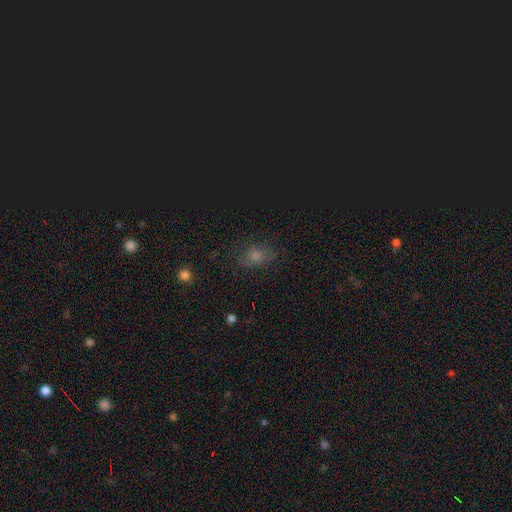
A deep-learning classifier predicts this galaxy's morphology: smooth_or_featured: smooth (p=0.52) [alt: star or artifact p=0.33]
how_rounded: in between (p=0.63) [alt: round p=0.34]
merging: none (p=0.74) [alt: minor disturbance p=0.18]